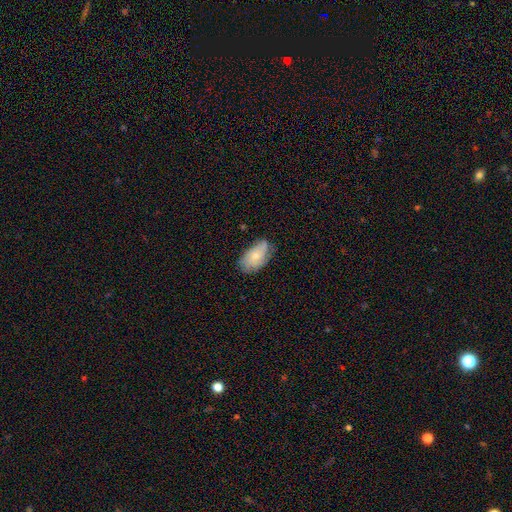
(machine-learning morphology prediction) A smooth galaxy with no disk features (62%) that is in between round and cigar-shaped (92%). Merging: none (58%).